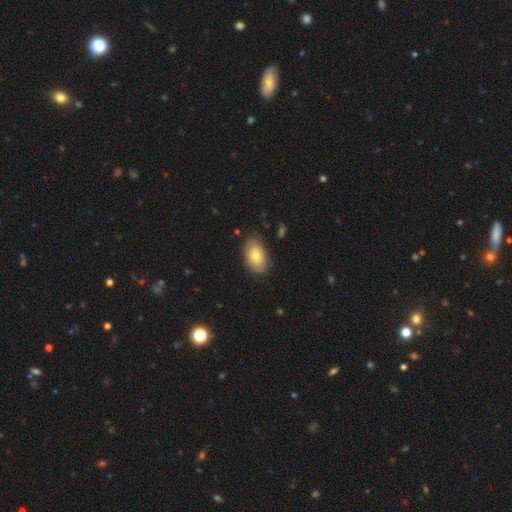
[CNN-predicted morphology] Q: Smooth or featured?
A: smooth (71%); runner-up: featured or disk (22%)
Q: How rounded?
A: in between (91%); runner-up: round (7%)
Q: Merging?
A: none (81%); runner-up: minor disturbance (15%)